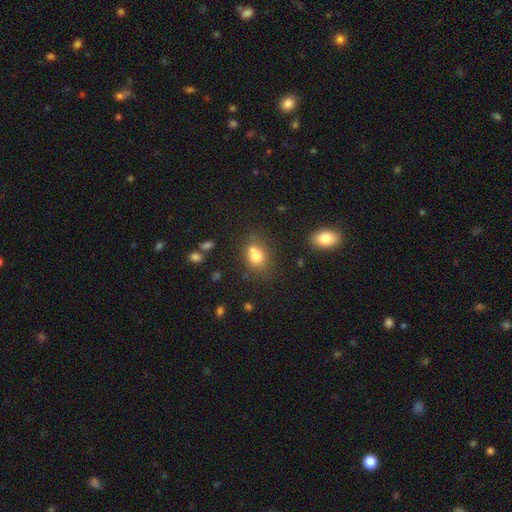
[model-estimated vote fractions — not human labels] Q: Smooth or featured?
A: smooth (72%); runner-up: featured or disk (15%)
Q: How rounded?
A: round (52%); runner-up: in between (47%)
Q: Merging?
A: merger (43%); runner-up: none (39%)